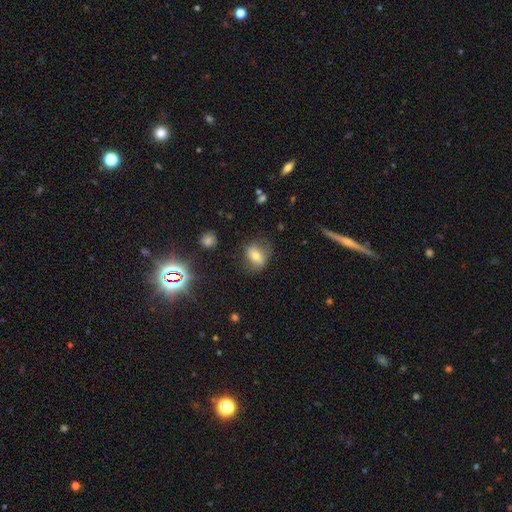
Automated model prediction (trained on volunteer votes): Q: Smooth or featured?
A: smooth (60%); runner-up: featured or disk (27%)
Q: How rounded?
A: in between (60%); runner-up: round (38%)
Q: Merging?
A: none (61%); runner-up: minor disturbance (23%)